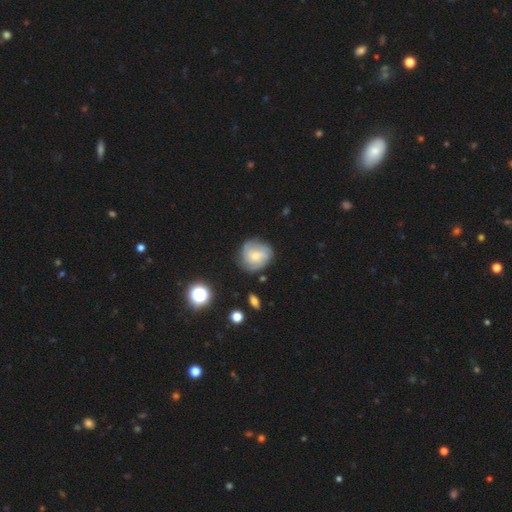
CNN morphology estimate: smooth_or_featured: featured or disk (p=0.61) [alt: smooth p=0.30]
disk_edge_on: no (p=0.97) [alt: yes p=0.03]
bar: no (p=0.62) [alt: weak p=0.33]
has_spiral_arms: yes (p=0.90) [alt: no p=0.10]
spiral_winding: tight (p=0.52) [alt: medium p=0.35]
spiral_arm_count: can't tell (p=0.38) [alt: 3 p=0.23]
bulge_size: small (p=0.54) [alt: moderate p=0.35]
merging: none (p=0.75) [alt: minor disturbance p=0.17]